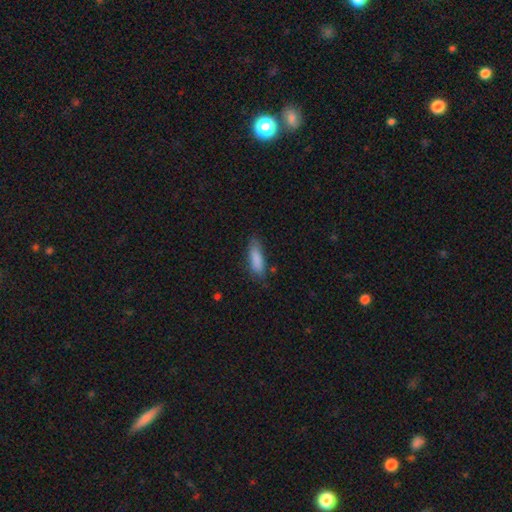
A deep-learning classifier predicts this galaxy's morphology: Smooth or featured? Predicted: smooth (p=0.86). How rounded? Predicted: in between (p=0.50). Merging? Predicted: none (p=0.71).